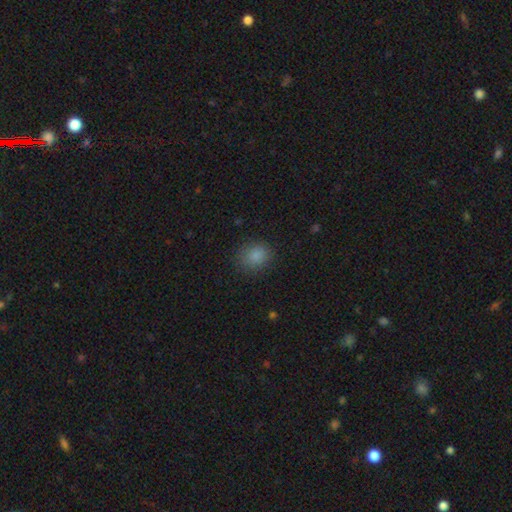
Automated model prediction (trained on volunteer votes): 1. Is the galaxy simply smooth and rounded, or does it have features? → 85% smooth, 10% star or artifact, 4% featured or disk.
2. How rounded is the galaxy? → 62% round, 37% in between, 1% cigar-shaped.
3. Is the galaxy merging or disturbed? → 83% none, 12% minor disturbance, 4% major disturbance, 1% merger.